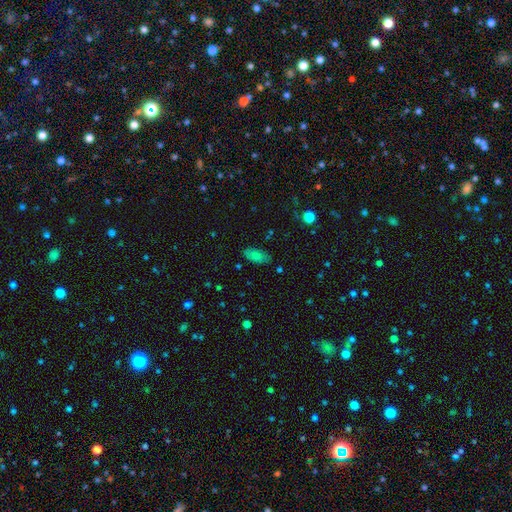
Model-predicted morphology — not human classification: type=smooth (75%); roundness=in between (91%); merging=none (81%).